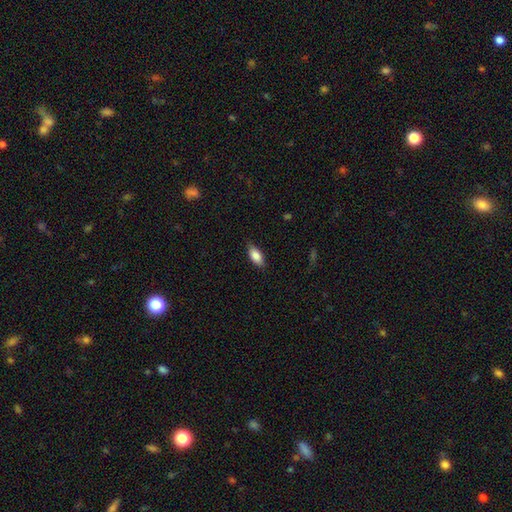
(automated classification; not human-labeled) Smooth or featured: smooth — 83% (featured or disk — 11%)
How rounded: in between — 83% (cigar-shaped — 15%)
Merging: none — 82% (minor disturbance — 14%)